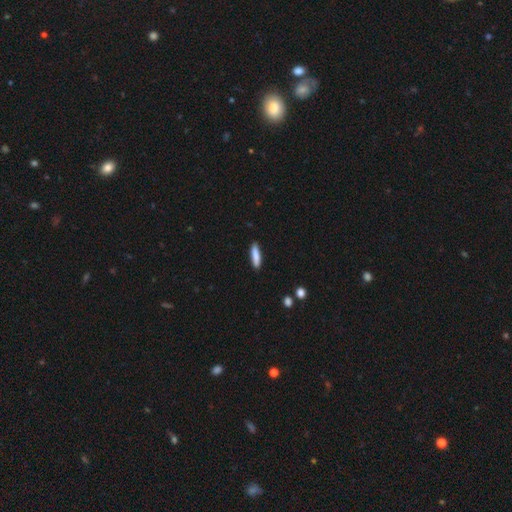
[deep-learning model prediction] A smooth galaxy with no disk features (84%) that is cigar-shaped (78%). Merging: none (88%).